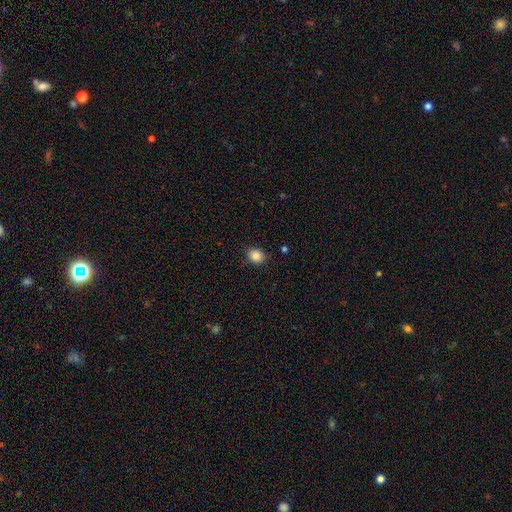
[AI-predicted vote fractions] A smooth galaxy with no disk features (86%) that is round (54%). Merging: none (86%).